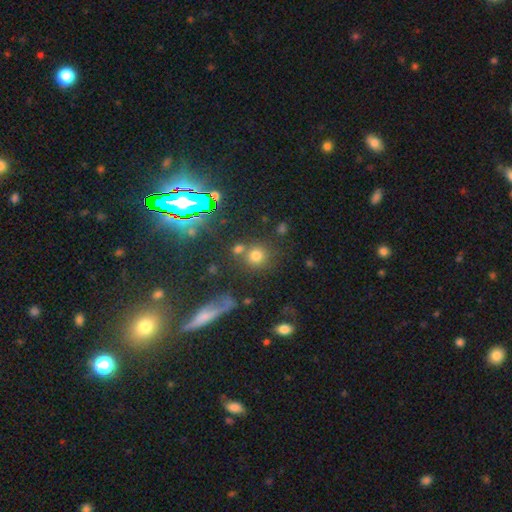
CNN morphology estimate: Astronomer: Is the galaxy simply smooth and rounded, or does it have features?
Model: smooth — 70%.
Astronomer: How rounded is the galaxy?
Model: round — 87%.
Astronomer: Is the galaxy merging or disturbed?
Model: none — 66%.